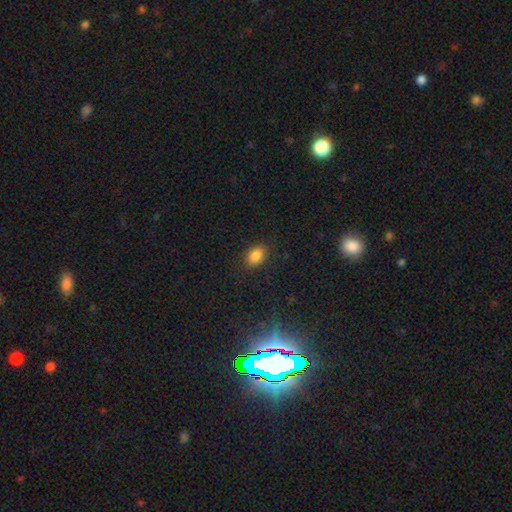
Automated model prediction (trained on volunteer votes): Smooth or featured? smooth (85%)
How rounded? in between (78%)
Merging? none (85%)